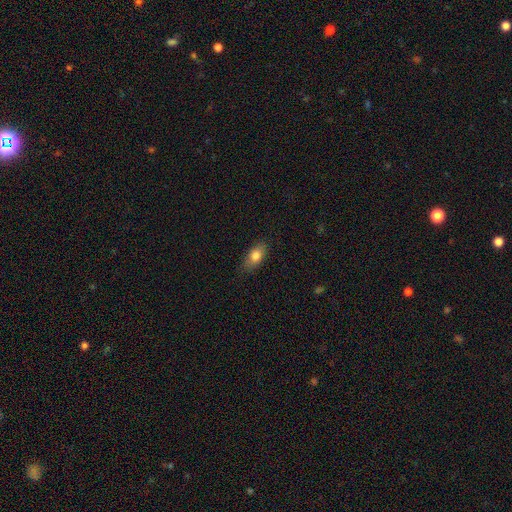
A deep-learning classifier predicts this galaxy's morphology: The model was most divided on "smooth or featured": smooth: 79%, featured or disk: 13%, star or artifact: 8%. More confident: how rounded — in between (85%); merging — none (82%).